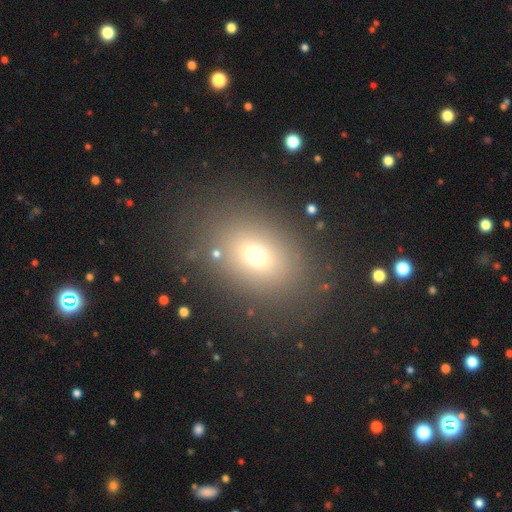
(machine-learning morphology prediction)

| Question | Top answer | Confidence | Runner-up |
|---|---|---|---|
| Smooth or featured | smooth | 66% | star or artifact (21%) |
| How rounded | in between | 64% | round (34%) |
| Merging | none | 83% | minor disturbance (9%) |